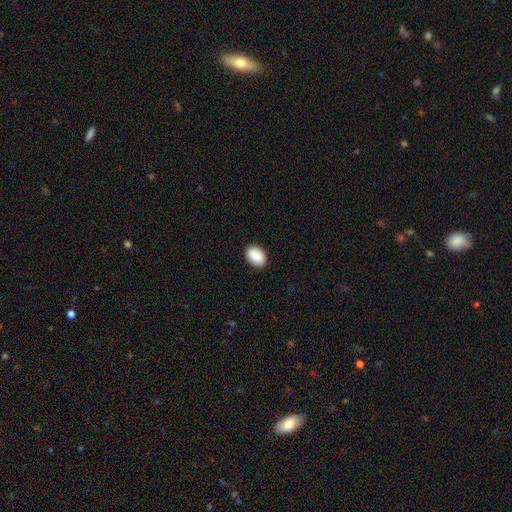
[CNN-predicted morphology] smooth_or_featured: smooth (p=0.90) [alt: star or artifact p=0.07]
how_rounded: in between (p=0.84) [alt: round p=0.15]
merging: none (p=0.89) [alt: minor disturbance p=0.08]